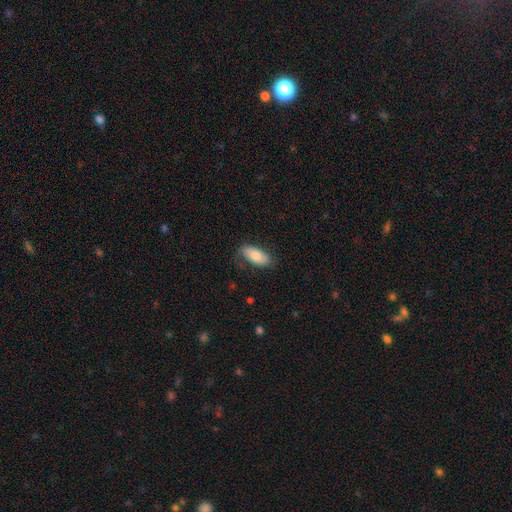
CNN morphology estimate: This appears to be a smooth galaxy with no disk features (75%) that is in between round and cigar-shaped (89%). Merging: none (72%).